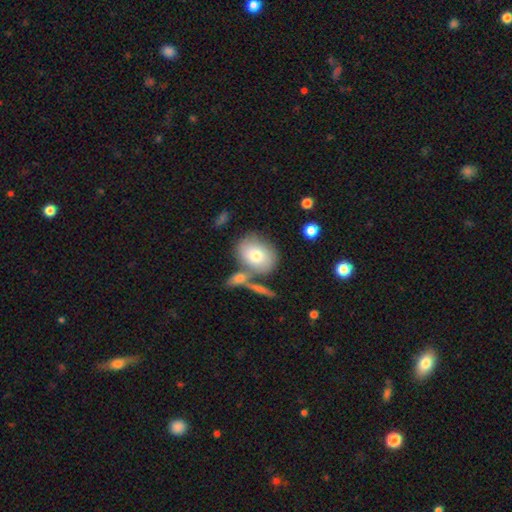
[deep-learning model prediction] smooth-or-featured: smooth: 72% | featured or disk: 21% | star or artifact: 7%
  how-rounded: in between: 54% | round: 44% | cigar-shaped: 2%
  merging: none: 57% | merger: 24% | minor disturbance: 14% | major disturbance: 6%